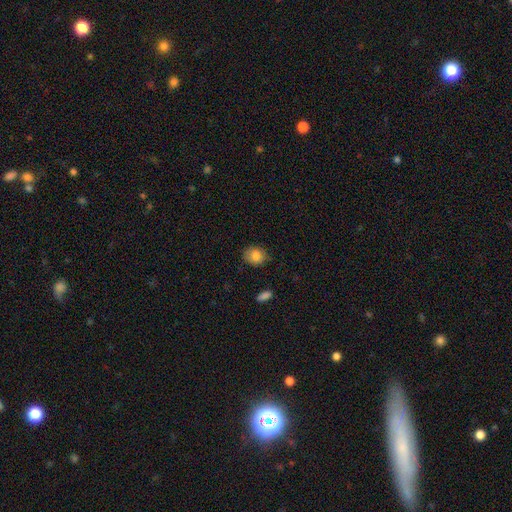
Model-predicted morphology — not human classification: This is clearly a smooth galaxy (83%). How rounded: possibly round (56%). Merging: likely none (79%).